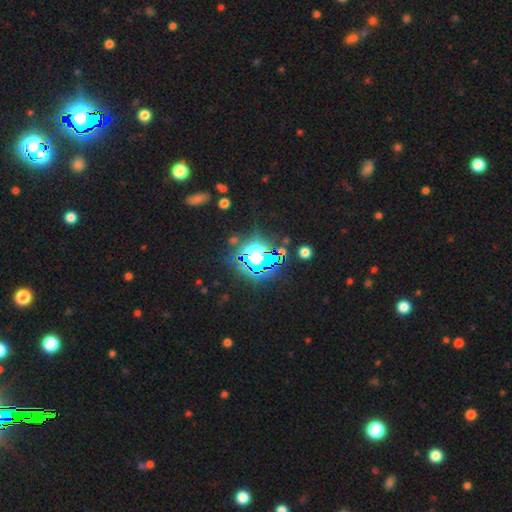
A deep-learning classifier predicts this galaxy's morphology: Smooth or featured? star or artifact (83%)